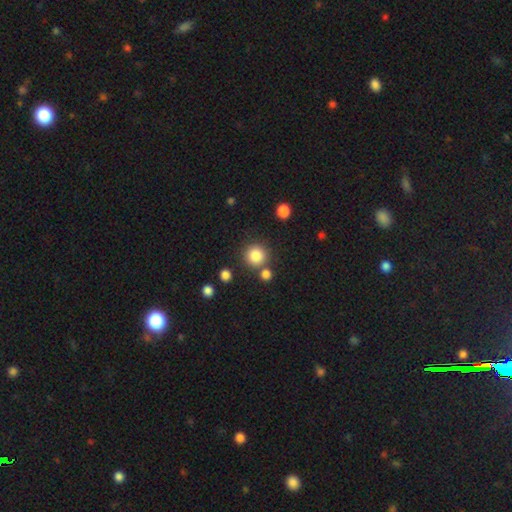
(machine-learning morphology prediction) This appears to be a smooth galaxy with no disk features (84%) that is round (93%). Merging: none (78%).